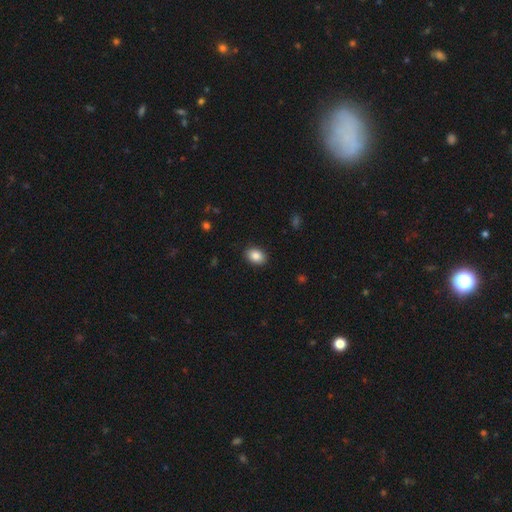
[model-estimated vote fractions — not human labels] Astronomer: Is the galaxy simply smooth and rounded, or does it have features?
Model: smooth — 86%.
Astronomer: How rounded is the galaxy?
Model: in between — 76%.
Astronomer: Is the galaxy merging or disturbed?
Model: none — 89%.